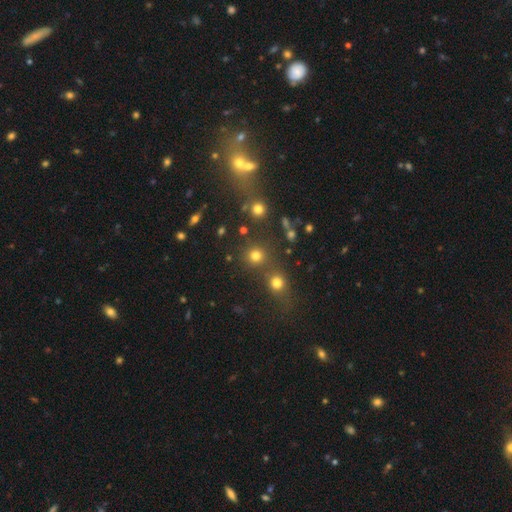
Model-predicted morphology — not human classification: Smooth or featured? smooth (78%)
How rounded? round (91%)
Merging? none (71%)